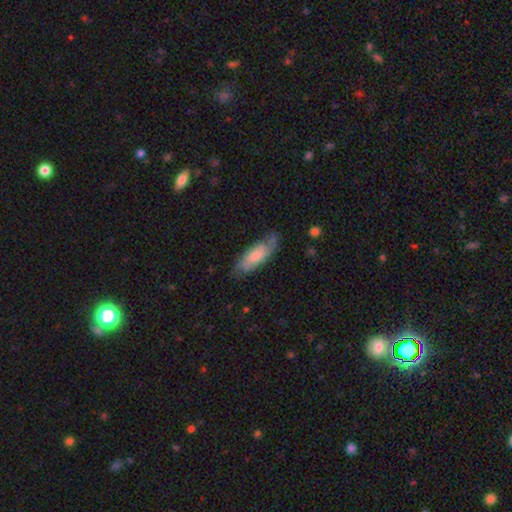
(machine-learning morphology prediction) Smooth or featured: smooth — 50% (featured or disk — 44%)
Merging: none — 61% (minor disturbance — 27%)